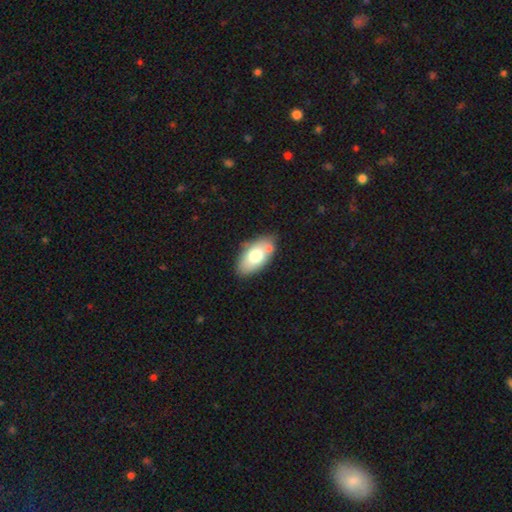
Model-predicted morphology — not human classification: Smooth or featured: smooth — 70% (featured or disk — 24%)
How rounded: in between — 93% (round — 4%)
Merging: none — 71% (minor disturbance — 16%)